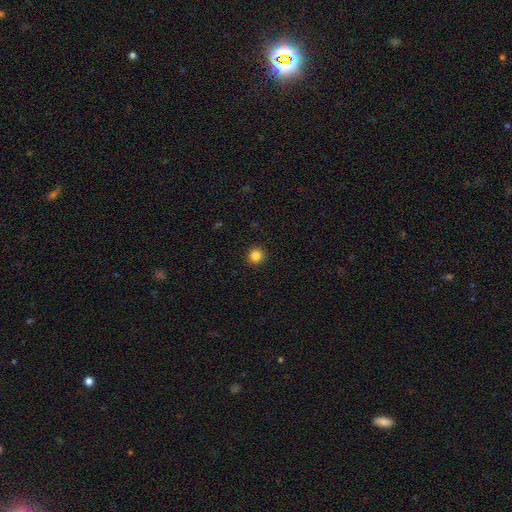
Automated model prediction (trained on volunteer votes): smooth-or-featured: smooth: 84% | star or artifact: 12% | featured or disk: 4%
  how-rounded: round: 95% | in between: 5% | cigar-shaped: 1%
  merging: none: 93% | minor disturbance: 5% | major disturbance: 2% | merger: 1%